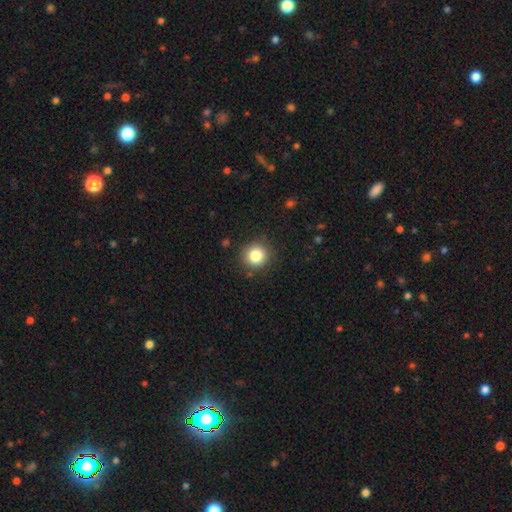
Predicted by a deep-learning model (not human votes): Smooth or featured?
  - smooth: 83% *
  - star or artifact: 11%
  - featured or disk: 6%
How rounded?
  - round: 93% *
  - in between: 6%
  - cigar-shaped: 1%
Merging?
  - none: 89% *
  - minor disturbance: 8%
  - major disturbance: 2%
  - merger: 1%